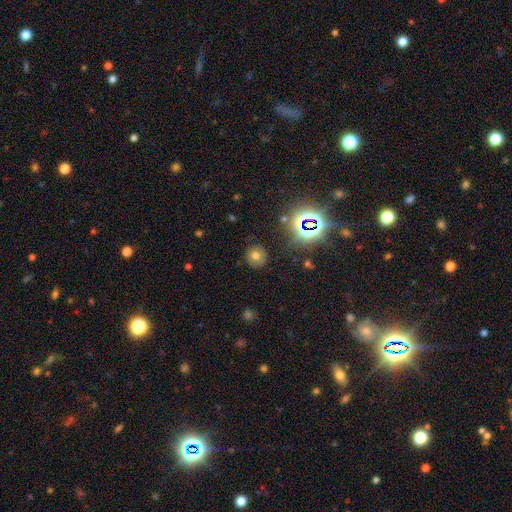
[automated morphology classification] smooth 65%, star or artifact 22%, featured or disk 14%. Down the decision tree: how rounded — round (90%); merging — none (85%).